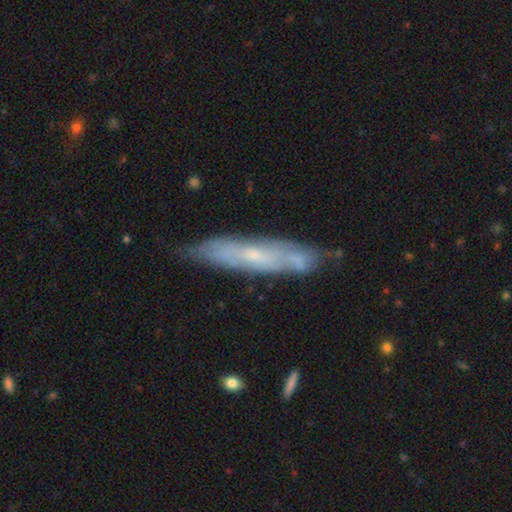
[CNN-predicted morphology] This appears to be a featured or disk galaxy (59%) viewed edge-on (56%). Merging: none (71%).